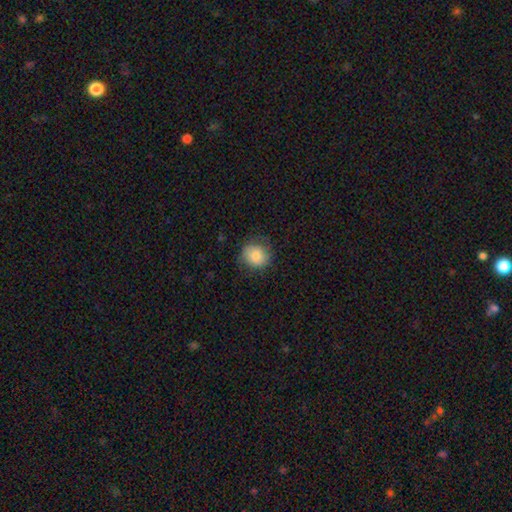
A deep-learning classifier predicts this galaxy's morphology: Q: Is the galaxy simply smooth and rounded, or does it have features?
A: smooth — 80%.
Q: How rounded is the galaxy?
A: round — 82%.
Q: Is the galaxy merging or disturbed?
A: none — 75%.